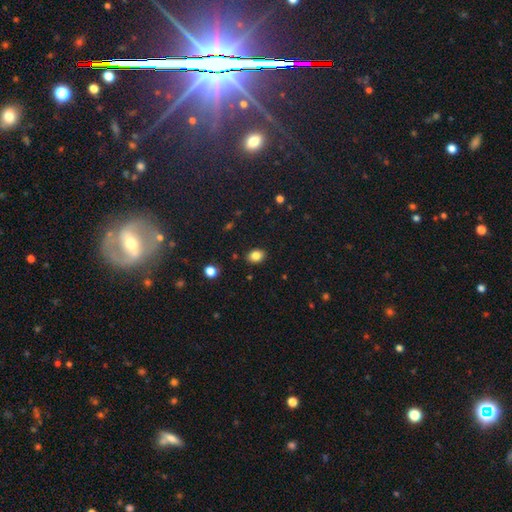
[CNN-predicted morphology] Smooth or featured: smooth — 84% (star or artifact — 10%)
How rounded: in between — 65% (round — 34%)
Merging: none — 88% (minor disturbance — 9%)